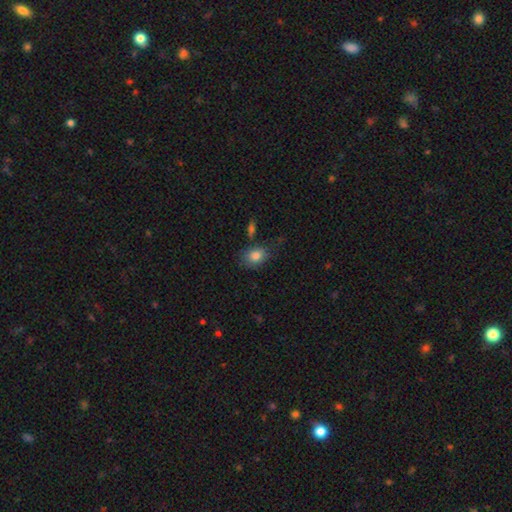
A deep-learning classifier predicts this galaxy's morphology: Overall: smooth (83%). How rounded: in between (72%). Merging: none (67%).